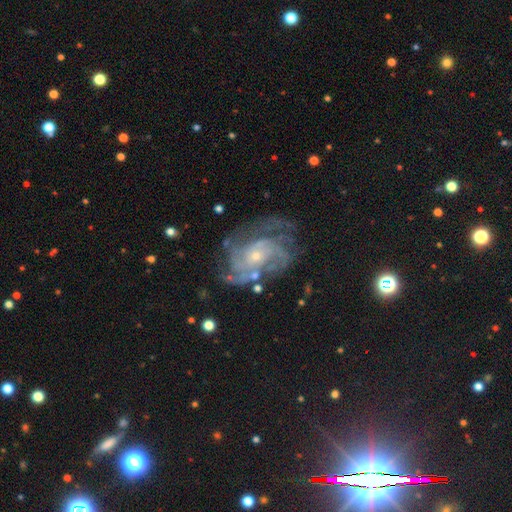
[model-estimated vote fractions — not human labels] The model was most divided on "spiral arm count" (2-way tie): 3: 24%, can't tell: 24%, 4: 22%, 2: 15%, more than 4: 8%, 1: 7%. More confident: edge-on disk — no (97%); spiral arms — yes (96%); smooth or featured — featured or disk (88%); bulge size — small (75%); bar — no (73%); merging — none (65%); spiral winding — tight (56%).